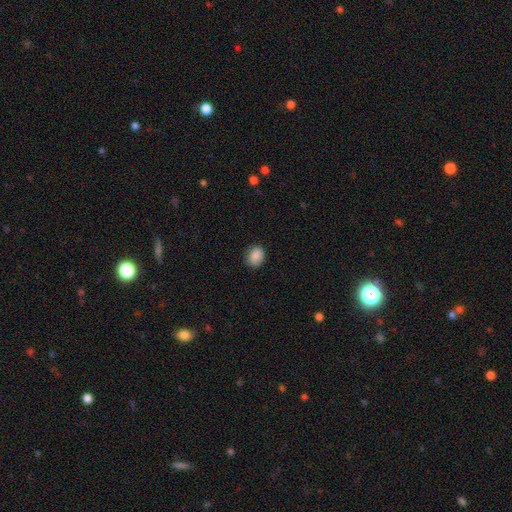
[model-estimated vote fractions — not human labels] This is clearly a smooth galaxy (88%). How rounded: possibly round (53%). Merging: clearly none (84%).